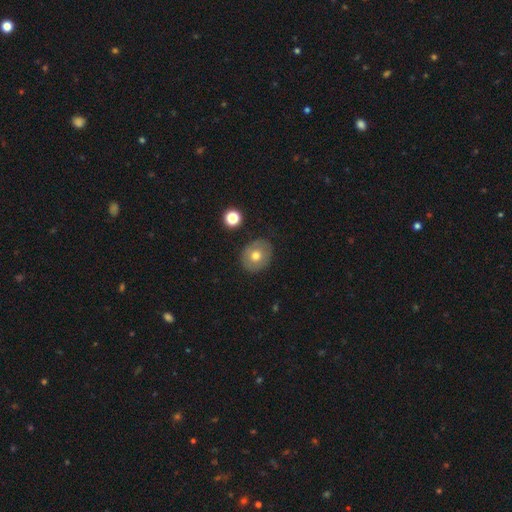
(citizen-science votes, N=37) smooth_or_featured: smooth (p=0.68) [alt: featured or disk p=0.24]
how_rounded: round (p=0.80) [alt: in between p=0.20]
merging: none (p=0.88) [alt: minor disturbance p=0.09]